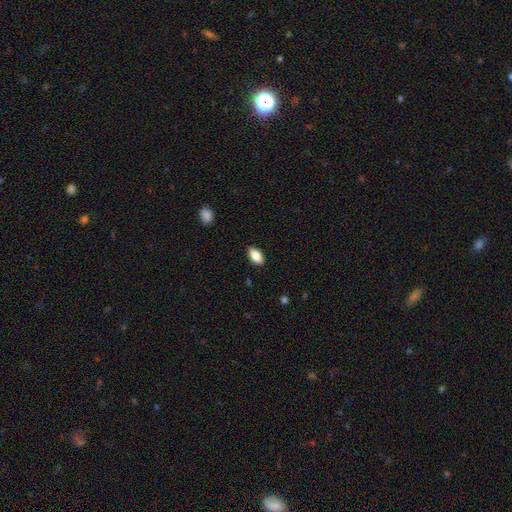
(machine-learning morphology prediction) This is clearly a smooth galaxy (86%). How rounded: clearly in between (91%). Merging: clearly none (88%).